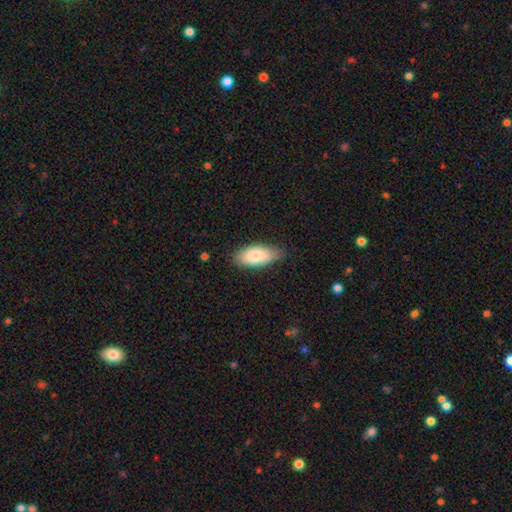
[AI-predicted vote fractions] Morphology: type=smooth (83%); roundness=in between (89%); merging=none (76%).